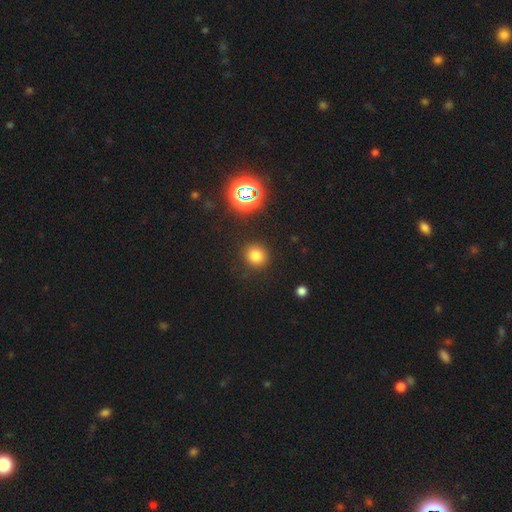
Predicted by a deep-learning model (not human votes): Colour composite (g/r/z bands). It shows a smooth galaxy with no disk features (76%) that is round (86%). Merging: none (88%).